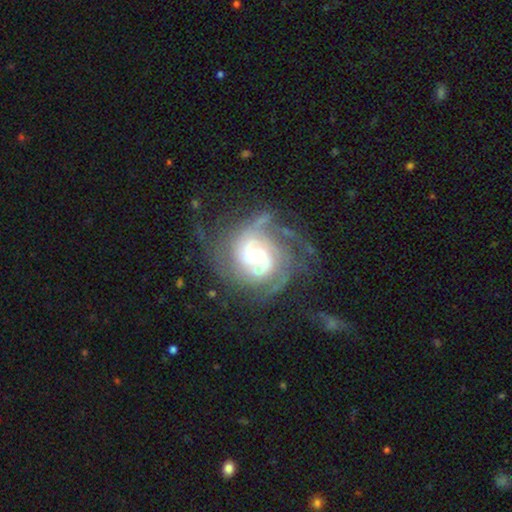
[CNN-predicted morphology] This is clearly a featured or disk galaxy (87%). It is clearly not viewed edge-on (98%). Bar: possibly no (53%). Spiral arm pattern: clearly yes (96%). Spiral arm count: marginally 2 (40%). Spiral winding: possibly tight (50%). Central bulge: marginally moderate (41%). Merging: possibly none (55%).